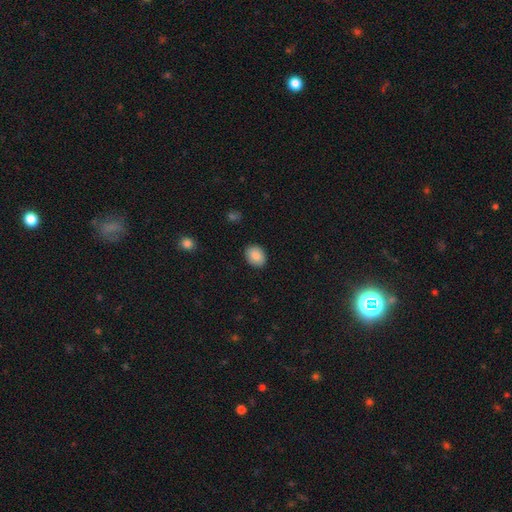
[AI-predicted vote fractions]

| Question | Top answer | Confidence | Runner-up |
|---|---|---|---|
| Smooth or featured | smooth | 88% | star or artifact (7%) |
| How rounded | in between | 60% | round (39%) |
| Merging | none | 88% | minor disturbance (8%) |